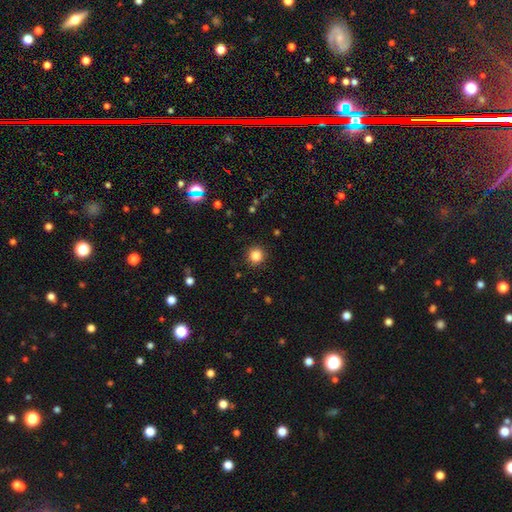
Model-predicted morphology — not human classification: This appears to be a smooth galaxy with no disk features (84%) that is round (94%). Merging: none (91%).